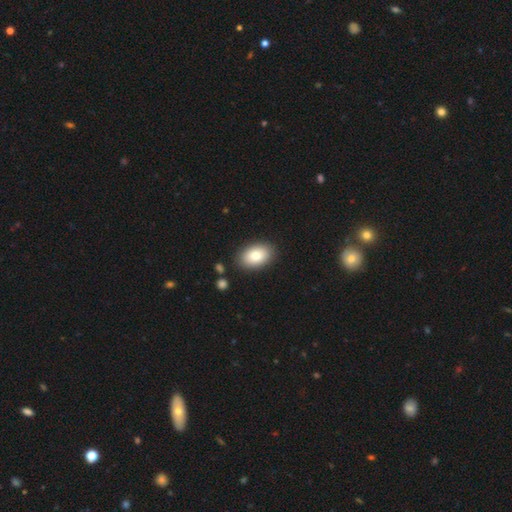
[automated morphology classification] smooth-or-featured: smooth: 81% | featured or disk: 12% | star or artifact: 7%
  how-rounded: in between: 90% | round: 9% | cigar-shaped: 1%
  merging: none: 87% | minor disturbance: 8% | major disturbance: 2% | merger: 2%